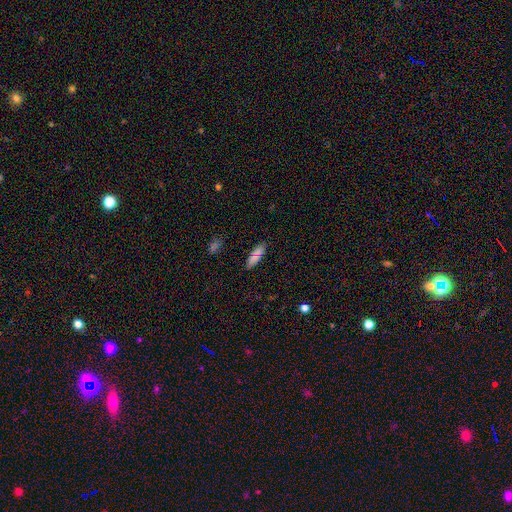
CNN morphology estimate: A smooth galaxy with no disk features (80%) that is in between round and cigar-shaped (50%).

Vote fractions:
- Smooth or featured? smooth: 80% / star or artifact: 11% / featured or disk: 10%
- How rounded? in between: 50% / cigar-shaped: 47% / round: 3%
- Merging? none: 83% / minor disturbance: 11% / merger: 3% / major disturbance: 3%